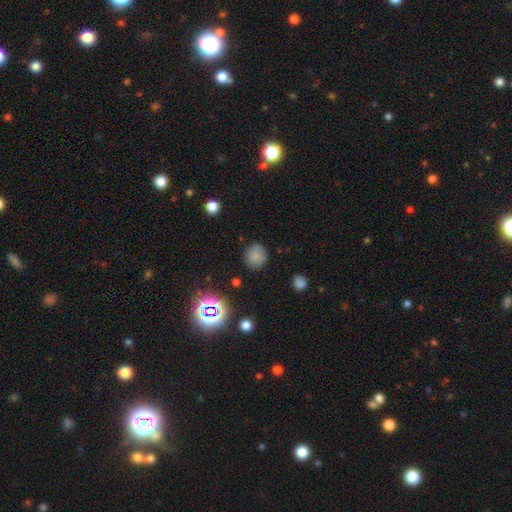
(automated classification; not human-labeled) Smooth or featured? Predicted: smooth (p=0.77). How rounded? Predicted: round (p=0.87). Merging? Predicted: none (p=0.84).